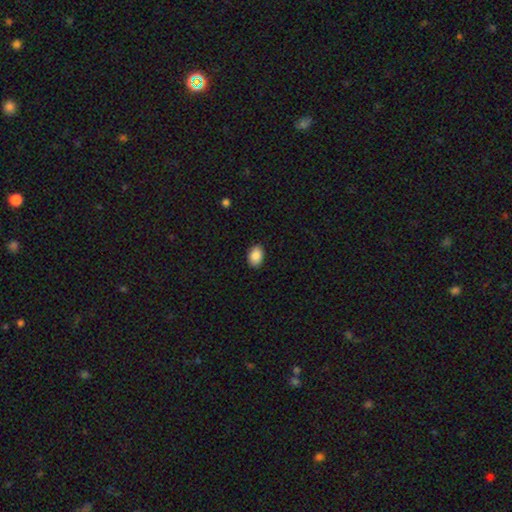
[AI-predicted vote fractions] Smooth or featured? Predicted: smooth (p=0.89). How rounded? Predicted: in between (p=0.83). Merging? Predicted: none (p=0.88).